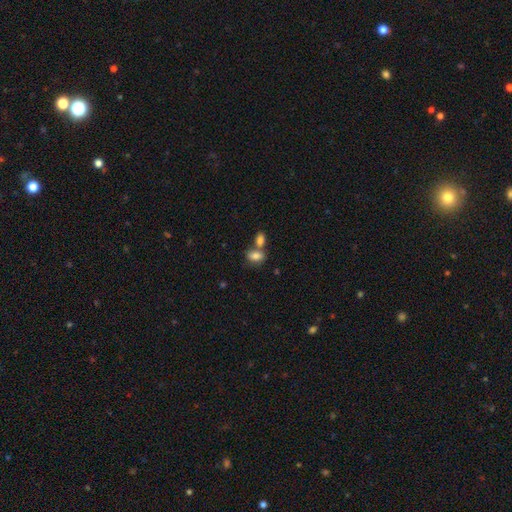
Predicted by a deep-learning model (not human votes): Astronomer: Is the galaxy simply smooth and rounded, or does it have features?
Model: smooth — 83%.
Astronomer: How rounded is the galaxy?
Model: in between — 86%.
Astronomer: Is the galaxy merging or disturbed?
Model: merger — 44% (runner-up: none, 42%).